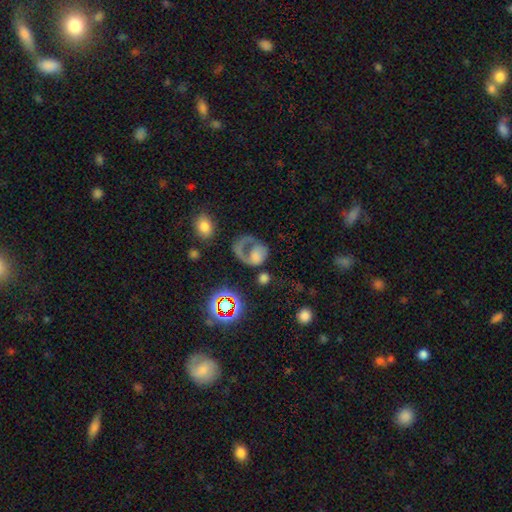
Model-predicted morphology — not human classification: smooth_or_featured: featured or disk (p=0.42) [alt: smooth p=0.40]
merging: major disturbance (p=0.41) [alt: none p=0.36]